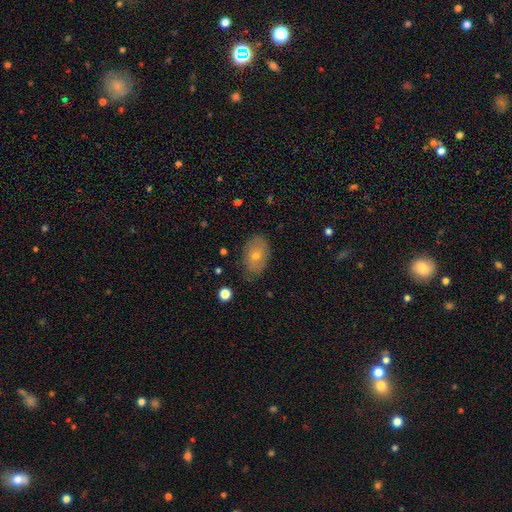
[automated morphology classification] smooth 58%, featured or disk 31%, star or artifact 11%. Down the decision tree: how rounded — in between (86%); merging — none (79%).